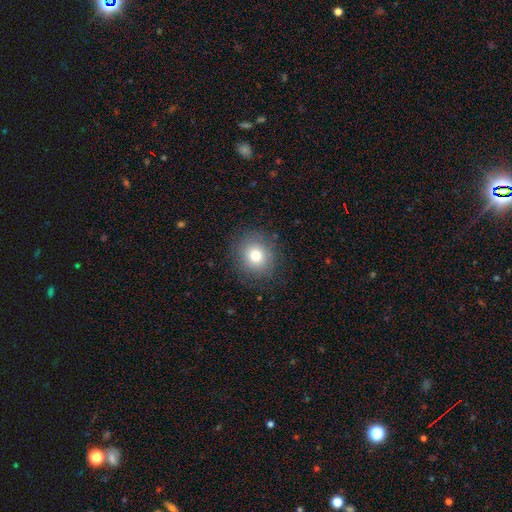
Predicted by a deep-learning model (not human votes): Smooth or featured? Predicted: smooth (p=0.76). How rounded? Predicted: round (p=0.83). Merging? Predicted: none (p=0.86).